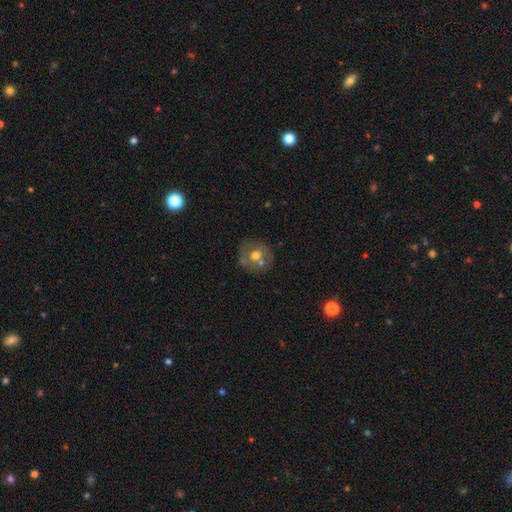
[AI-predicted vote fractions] A smooth galaxy with no disk features (54%) that is round (87%).

Vote fractions:
- Smooth or featured? smooth: 54% / featured or disk: 37% / star or artifact: 9%
- How rounded? round: 87% / in between: 12% / cigar-shaped: 1%
- Merging? none: 64% / merger: 18% / minor disturbance: 13% / major disturbance: 5%